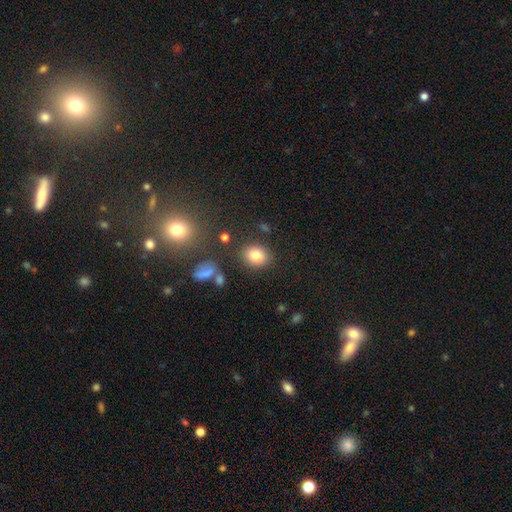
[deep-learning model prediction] Smooth or featured: smooth — 81% (star or artifact — 11%)
How rounded: round — 53% (in between — 45%)
Merging: none — 83% (minor disturbance — 10%)